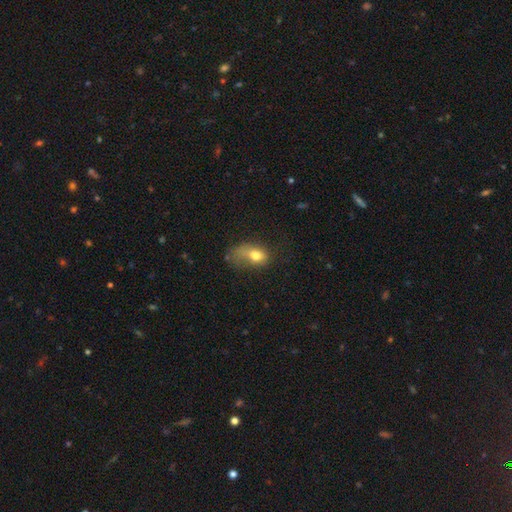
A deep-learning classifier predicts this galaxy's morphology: smooth_or_featured: smooth (p=0.71) [alt: featured or disk p=0.19]
how_rounded: in between (p=0.79) [alt: round p=0.18]
merging: major disturbance (p=0.45) [alt: minor disturbance p=0.28]